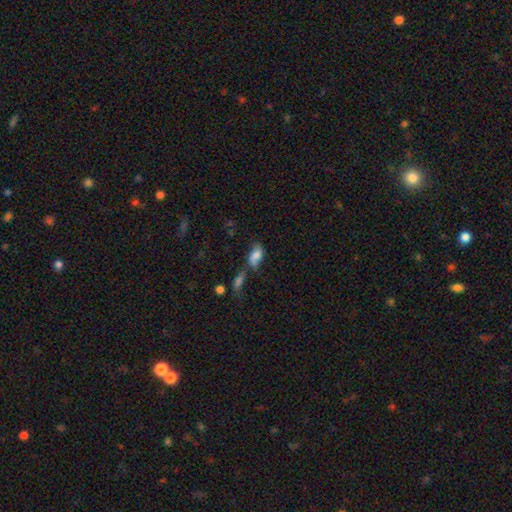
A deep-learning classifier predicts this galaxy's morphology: Smooth or featured? smooth (70%)
How rounded? in between (87%)
Merging? merger (33%, tied with none)